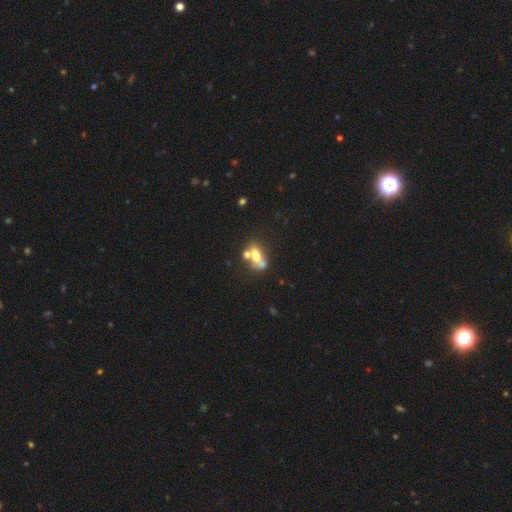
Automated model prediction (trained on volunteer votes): This is possibly a smooth galaxy (51%). How rounded: likely in between (71%). Merging: possibly merger (46%).